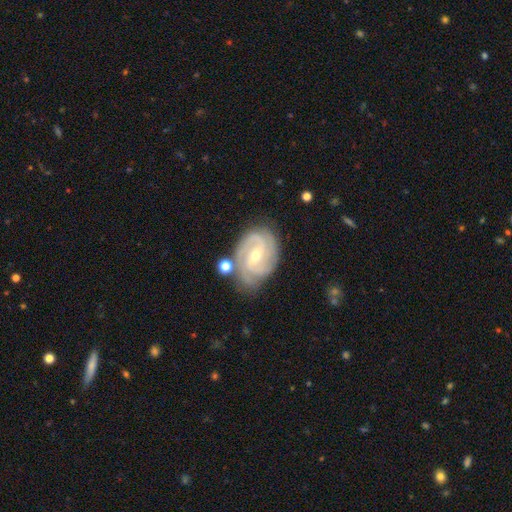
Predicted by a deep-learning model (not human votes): smooth-or-featured: featured or disk: 89% | smooth: 6% | star or artifact: 5%
  disk-edge-on: no: 97% | yes: 3%
    bar: weak: 47% | no: 29% | strong: 24%
    has-spiral-arms: yes: 97% | no: 3%
      spiral-winding: tight: 53% | medium: 39% | loose: 8%
      spiral-arm-count: 3: 39% | 2: 26% | 4: 14% | can't tell: 13% | more than 4: 4% | 1: 4%
    bulge-size: small: 60% | moderate: 37% | large: 1% | none: 1% | dominant: 1%
  merging: none: 71% | minor disturbance: 18% | major disturbance: 5% | merger: 5%